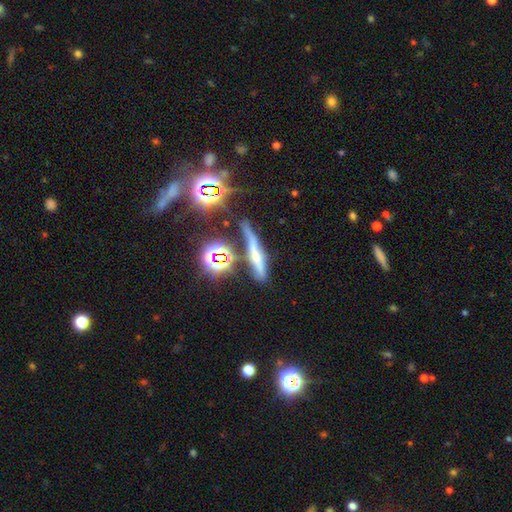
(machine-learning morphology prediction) Smooth or featured? Predicted: smooth (p=0.36). Merging? Predicted: none (p=0.59).